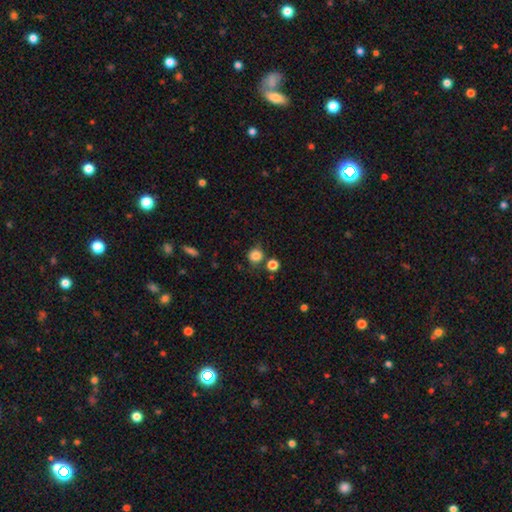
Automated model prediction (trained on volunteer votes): This appears to be a smooth galaxy with no disk features (82%) that is round (88%). Merging: none (72%).